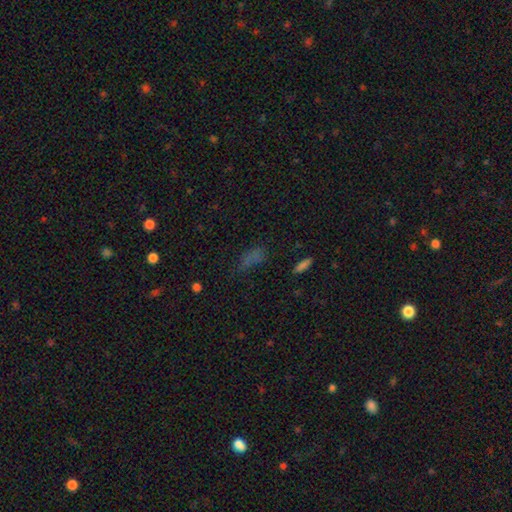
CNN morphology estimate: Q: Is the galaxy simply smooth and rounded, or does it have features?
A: smooth — 60%.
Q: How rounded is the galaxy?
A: in between — 69%.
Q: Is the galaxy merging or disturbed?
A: none — 54%.